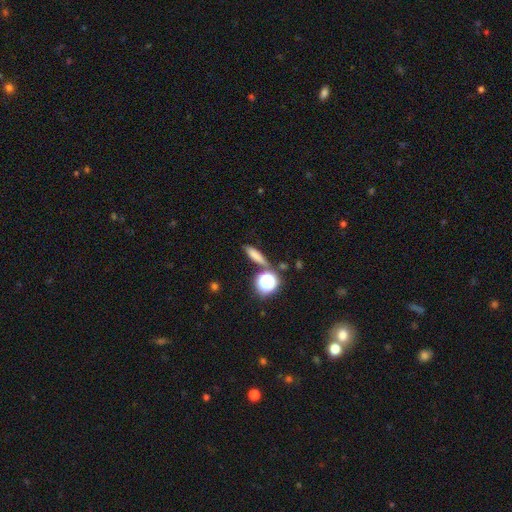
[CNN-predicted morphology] Smooth or featured? Predicted: smooth (p=0.70). How rounded? Predicted: cigar-shaped (p=0.55). Merging? Predicted: none (p=0.75).